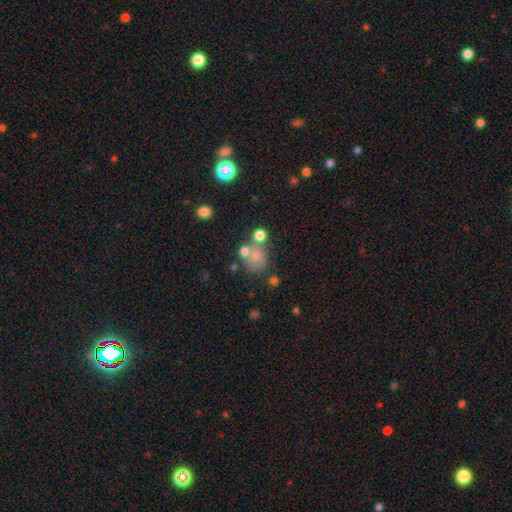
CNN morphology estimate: type=smooth (66%); roundness=round (67%); merging=none (45%).